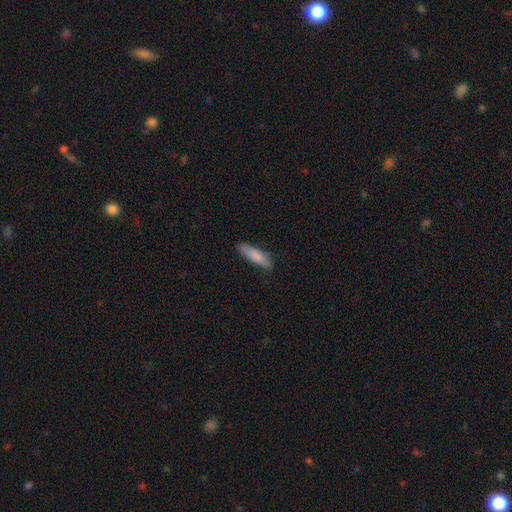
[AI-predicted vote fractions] A smooth galaxy with no disk features (85%) that is cigar-shaped (64%).

Vote fractions:
- Smooth or featured? smooth: 85% / featured or disk: 10% / star or artifact: 5%
- How rounded? cigar-shaped: 64% / in between: 35% / round: 1%
- Merging? none: 84% / minor disturbance: 13% / major disturbance: 2% / merger: 1%